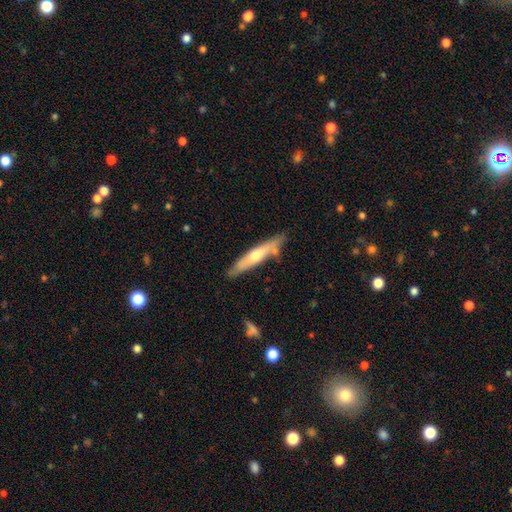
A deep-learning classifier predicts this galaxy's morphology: Q: Smooth or featured?
A: smooth (47%); tied with: featured or disk (47%)
Q: Merging?
A: none (76%); runner-up: minor disturbance (16%)